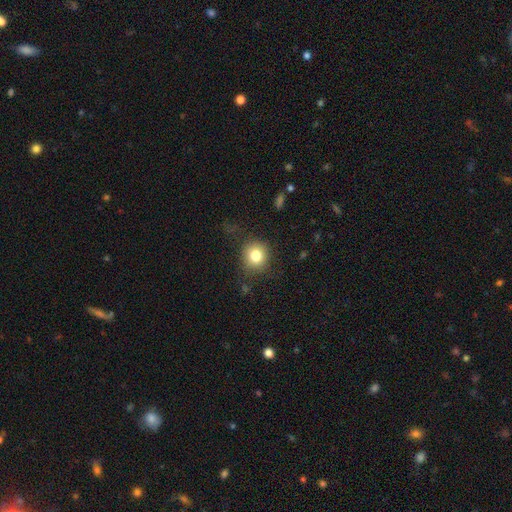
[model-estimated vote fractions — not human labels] Morphology: type=smooth (80%); roundness=round (89%); merging=none (83%).